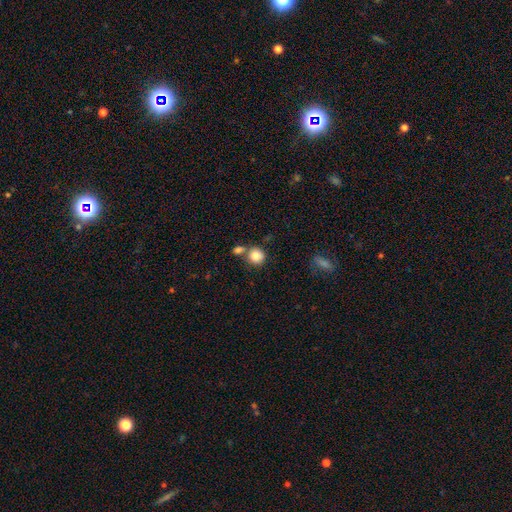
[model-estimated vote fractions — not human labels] Morphology: type=smooth (86%); roundness=round (86%); merging=none (59%).